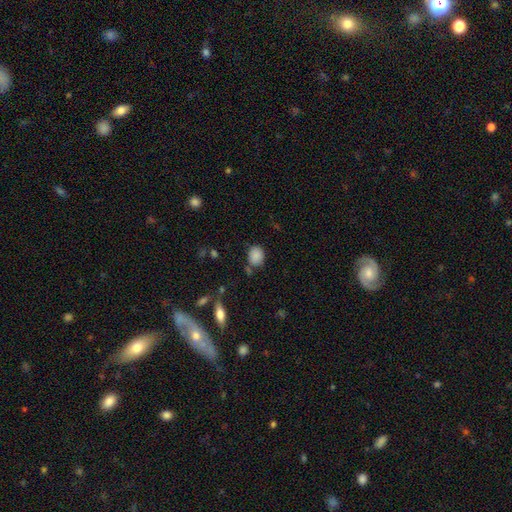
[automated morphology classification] smooth-or-featured: smooth: 86% | star or artifact: 9% | featured or disk: 5%
  how-rounded: round: 55% | in between: 44% | cigar-shaped: 1%
  merging: none: 71% | minor disturbance: 18% | merger: 7% | major disturbance: 4%